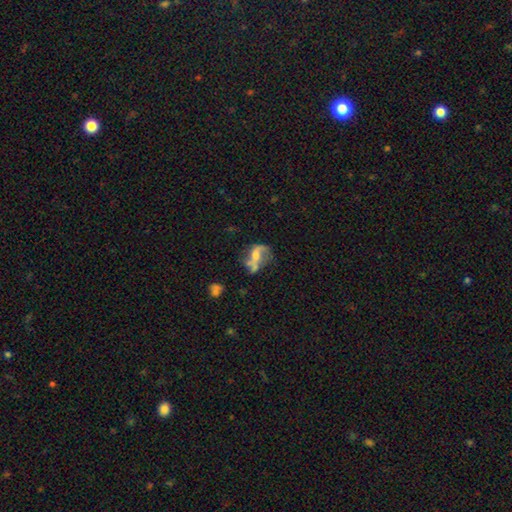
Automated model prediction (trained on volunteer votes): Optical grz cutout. It shows a featured or disk galaxy (65%) with no bar (50%), spiral arms (73%) and a moderate central bulge (45%). Merging: none (38%).